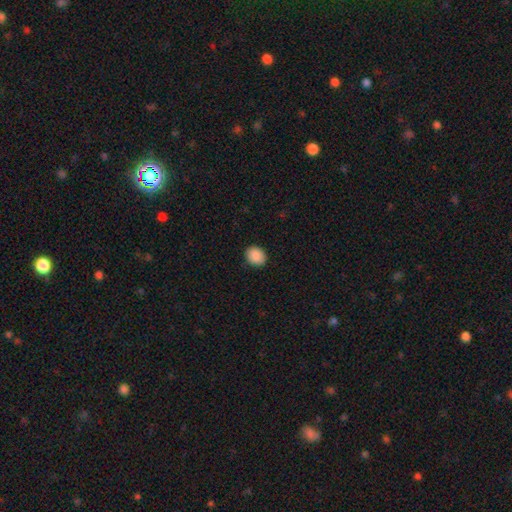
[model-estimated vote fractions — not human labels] Smooth or featured? Predicted: smooth (p=0.90). How rounded? Predicted: round (p=0.62). Merging? Predicted: none (p=0.90).